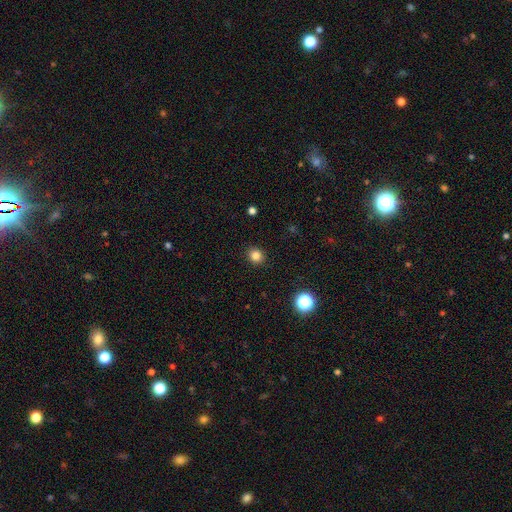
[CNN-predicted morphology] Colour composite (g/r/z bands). It shows a smooth galaxy with no disk features (83%) that is round (83%). Merging: none (91%).